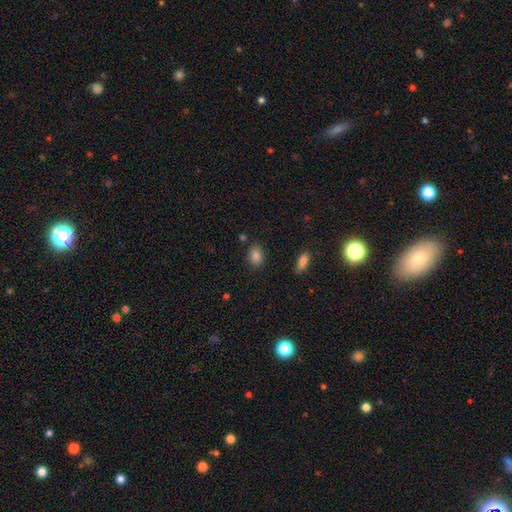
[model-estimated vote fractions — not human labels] The model was most divided on "how rounded": in between: 67%, round: 31%, cigar-shaped: 1%. More confident: smooth or featured — smooth (85%); merging — none (84%).